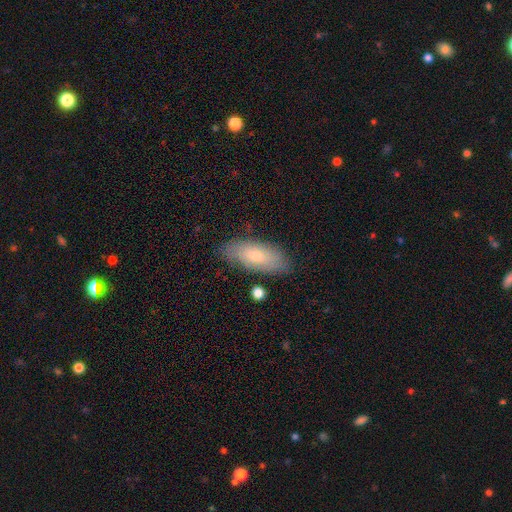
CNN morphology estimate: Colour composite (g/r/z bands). It shows a smooth galaxy with no disk features (73%) that is in between round and cigar-shaped (81%). Merging: none (81%).